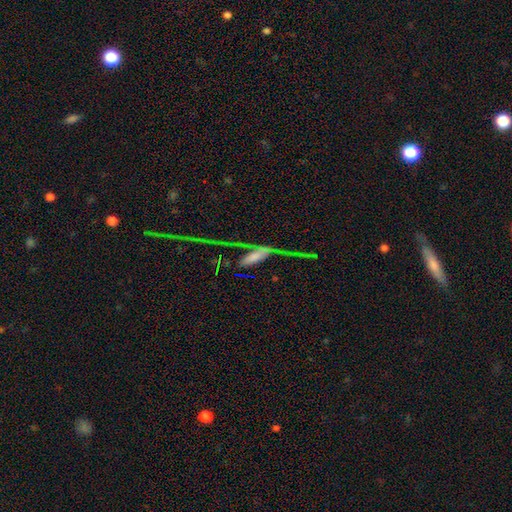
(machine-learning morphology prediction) Smooth or featured? Predicted: featured or disk (p=0.48). Merging? Predicted: major disturbance (p=0.49).